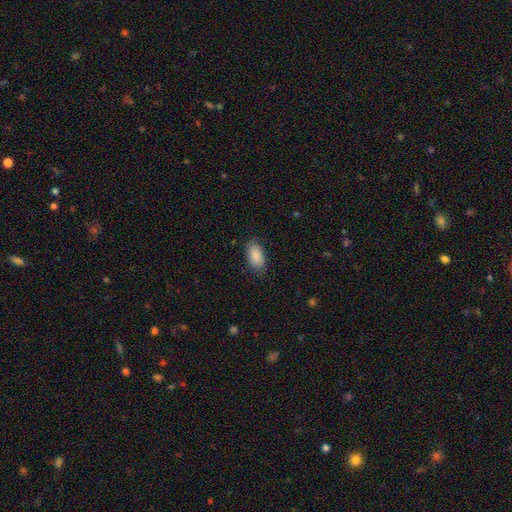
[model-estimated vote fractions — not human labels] Smooth or featured? smooth (89%)
How rounded? in between (92%)
Merging? none (84%)